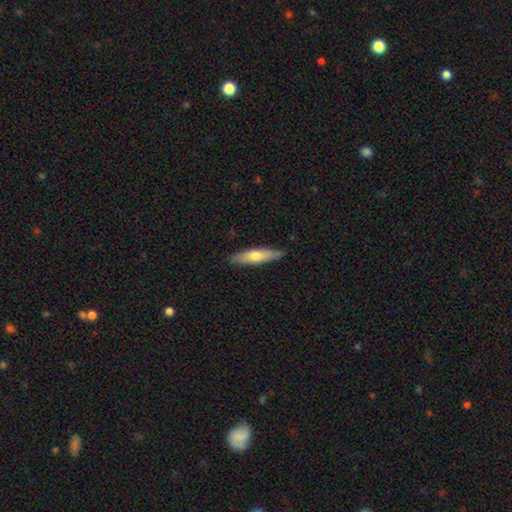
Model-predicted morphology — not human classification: smooth-or-featured: smooth: 61% | featured or disk: 33% | star or artifact: 5%
  how-rounded: cigar-shaped: 78% | in between: 21% | round: 2%
  merging: none: 85% | minor disturbance: 12% | major disturbance: 2% | merger: 1%